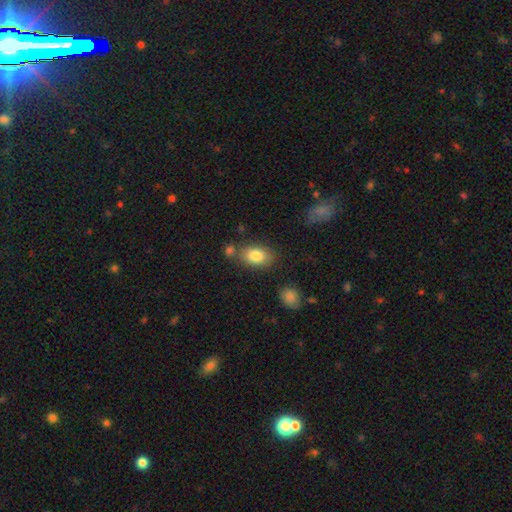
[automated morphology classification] A smooth galaxy with no disk features (83%) that is in between round and cigar-shaped (85%). Merging: none (71%).